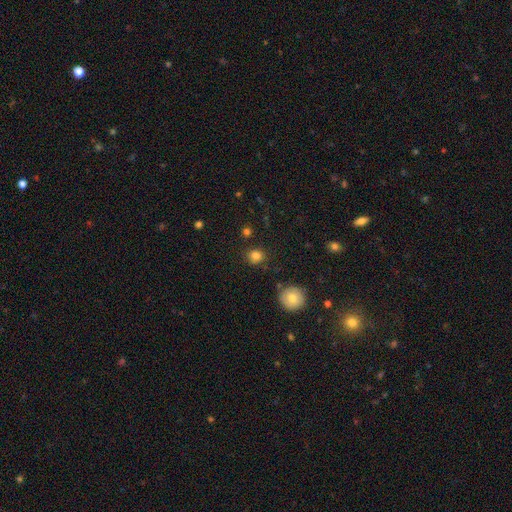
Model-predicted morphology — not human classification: type=smooth (82%); roundness=round (83%); merging=none (86%).